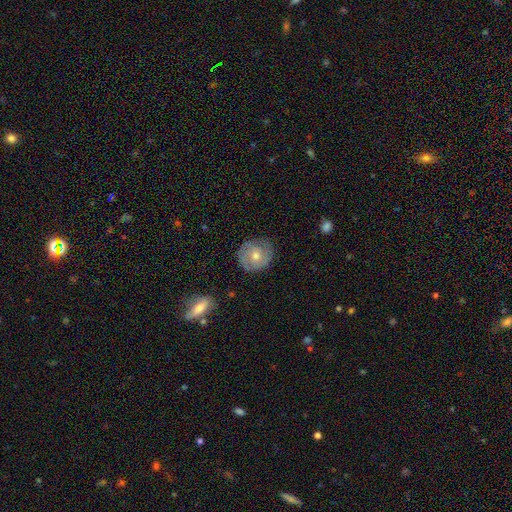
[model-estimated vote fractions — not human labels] featured or disk 62%, smooth 29%, star or artifact 9%. Down the decision tree: edge-on disk — no (96%); bar — no (75%); spiral arms — yes (84%); spiral arm count — 2 (45%); spiral winding — tight (64%); bulge size — moderate (62%); merging — none (80%).